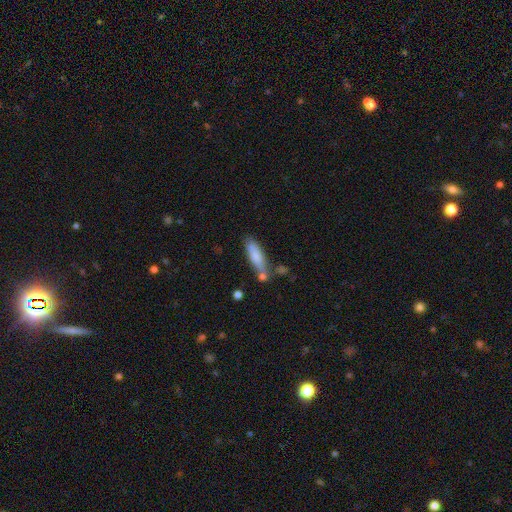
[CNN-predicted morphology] Smooth or featured?
  - smooth: 78% *
  - featured or disk: 15%
  - star or artifact: 7%
How rounded?
  - cigar-shaped: 63% *
  - in between: 35%
  - round: 2%
Merging?
  - none: 59% *
  - minor disturbance: 21%
  - merger: 13%
  - major disturbance: 6%